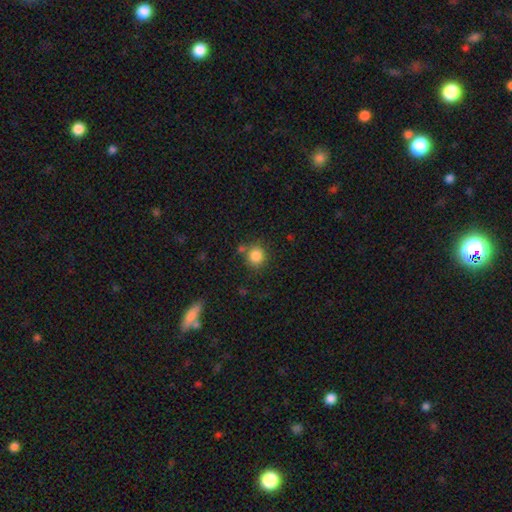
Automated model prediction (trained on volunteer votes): smooth 85%, star or artifact 10%, featured or disk 5%. Down the decision tree: how rounded — round (89%); merging — none (75%).